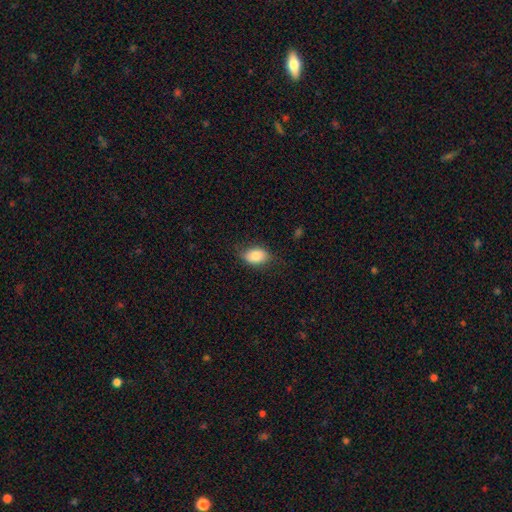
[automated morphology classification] Smooth or featured?
  - smooth: 82% *
  - featured or disk: 10%
  - star or artifact: 8%
How rounded?
  - in between: 86% *
  - round: 13%
  - cigar-shaped: 1%
Merging?
  - none: 73% *
  - minor disturbance: 21%
  - major disturbance: 6%
  - merger: 1%